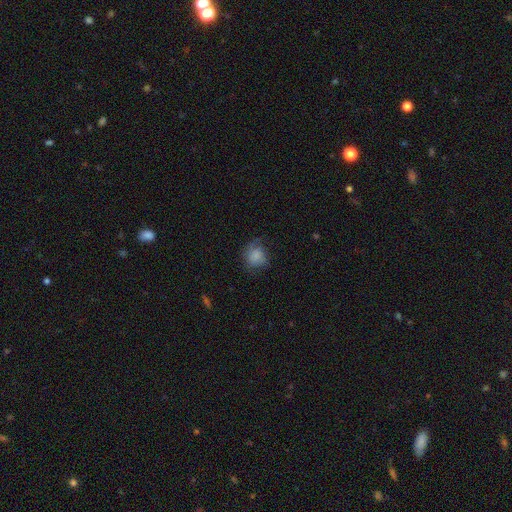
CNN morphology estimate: A smooth galaxy with no disk features (77%) that is round (73%). Merging: none (56%).